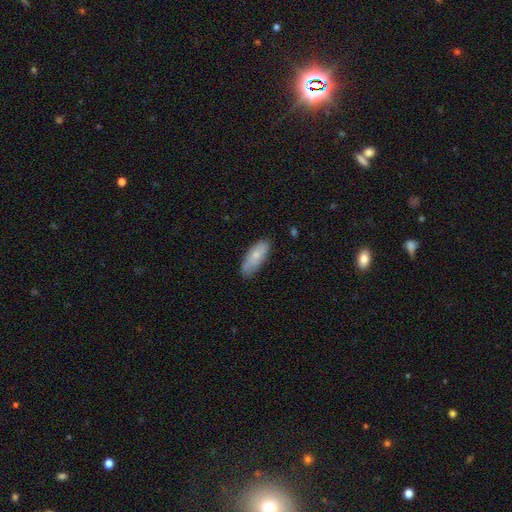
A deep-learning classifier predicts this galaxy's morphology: This is likely a smooth galaxy (77%). How rounded: likely in between (75%). Merging: likely none (79%).